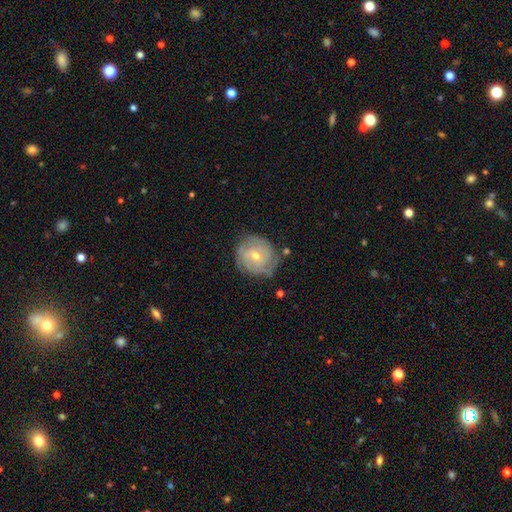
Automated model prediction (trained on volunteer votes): smooth-or-featured: featured or disk: 76% | smooth: 17% | star or artifact: 7%
  disk-edge-on: no: 97% | yes: 3%
    bar: no: 66% | weak: 29% | strong: 6%
    has-spiral-arms: yes: 91% | no: 9%
      spiral-winding: tight: 73% | medium: 22% | loose: 5%
      spiral-arm-count: can't tell: 33% | 3: 24% | 2: 23% | 4: 10% | 1: 5% | more than 4: 5%
    bulge-size: small: 52% | moderate: 46% | large: 1% | none: 1% | dominant: 1%
  merging: none: 74% | minor disturbance: 18% | major disturbance: 5% | merger: 2%